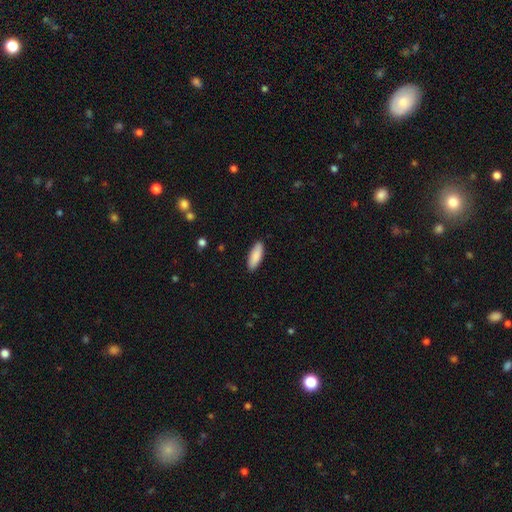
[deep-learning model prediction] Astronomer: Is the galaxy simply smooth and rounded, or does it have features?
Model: smooth — 89%.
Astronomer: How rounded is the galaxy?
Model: in between — 69%.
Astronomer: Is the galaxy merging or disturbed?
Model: none — 89%.